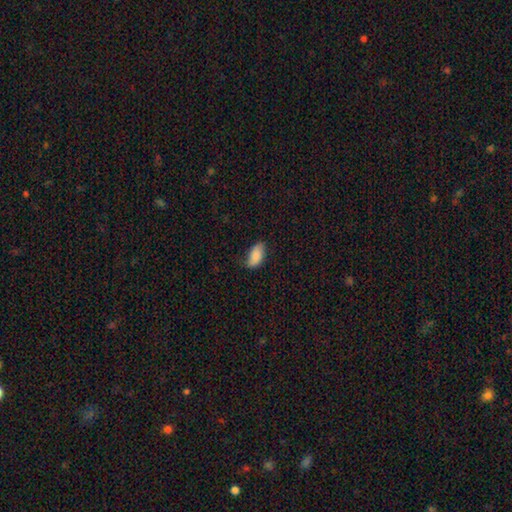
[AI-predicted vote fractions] This appears to be a smooth galaxy with no disk features (85%) that is in between round and cigar-shaped (93%). Merging: none (67%).